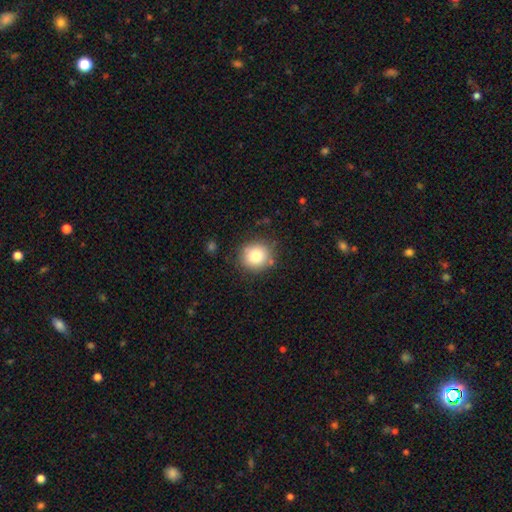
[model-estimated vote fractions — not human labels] Smooth or featured? Predicted: smooth (p=0.82). How rounded? Predicted: round (p=0.89). Merging? Predicted: none (p=0.84).